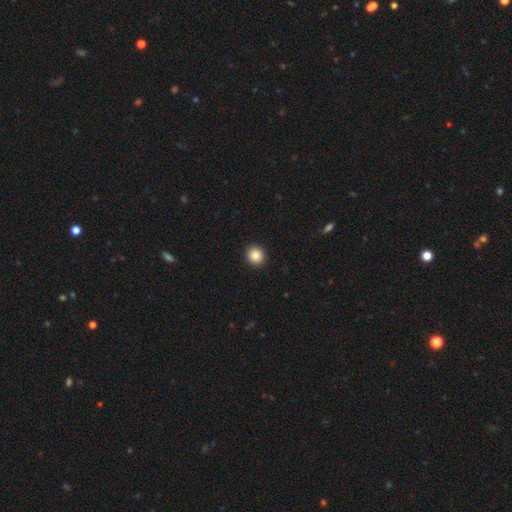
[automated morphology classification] smooth_or_featured: smooth (p=0.87) [alt: star or artifact p=0.09]
how_rounded: round (p=0.92) [alt: in between p=0.07]
merging: none (p=0.93) [alt: minor disturbance p=0.04]